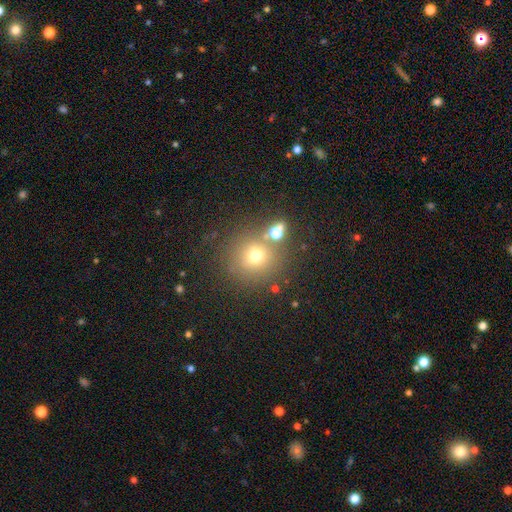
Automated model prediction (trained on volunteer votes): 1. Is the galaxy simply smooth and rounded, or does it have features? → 67% smooth, 20% star or artifact, 13% featured or disk.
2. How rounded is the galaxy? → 90% round, 9% in between, 1% cigar-shaped.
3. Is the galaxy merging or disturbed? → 69% none, 16% merger, 10% minor disturbance, 5% major disturbance.